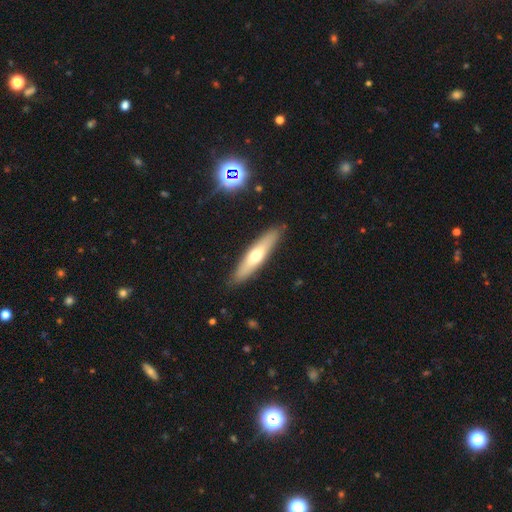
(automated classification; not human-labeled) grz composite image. It shows a smooth galaxy with no disk features (53%) that is cigar-shaped (78%). Merging: none (88%).